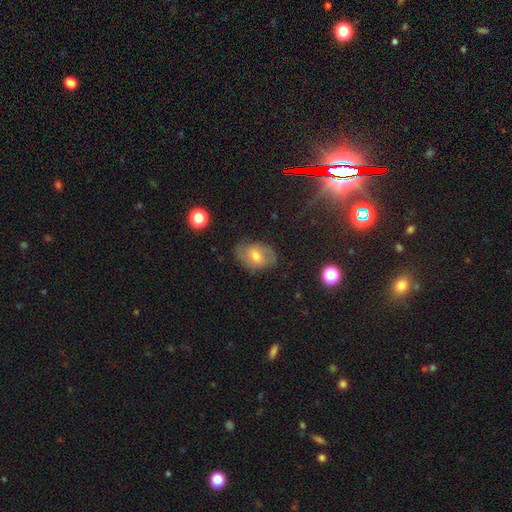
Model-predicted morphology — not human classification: featured or disk 51%, smooth 39%, star or artifact 10%. Down the decision tree: edge-on disk — no (95%); merging — none (70%).